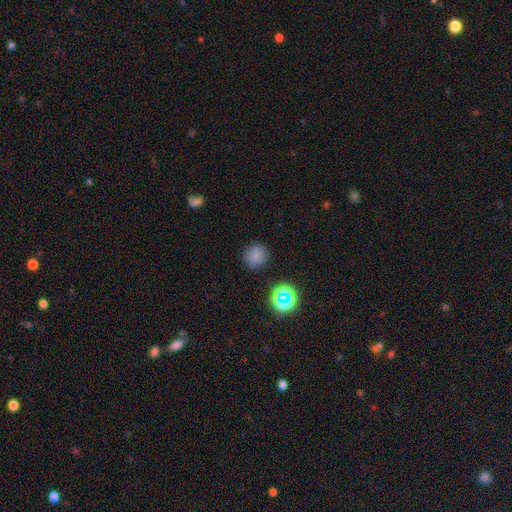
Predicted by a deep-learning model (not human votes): smooth-or-featured: smooth: 76% | star or artifact: 18% | featured or disk: 6%
  how-rounded: round: 90% | in between: 9% | cigar-shaped: 1%
  merging: none: 86% | minor disturbance: 9% | major disturbance: 3% | merger: 2%